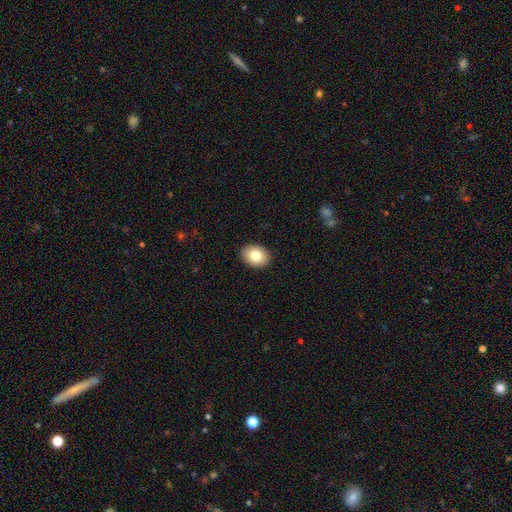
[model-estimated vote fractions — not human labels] Smooth or featured? smooth (81%)
How rounded? in between (71%)
Merging? none (90%)